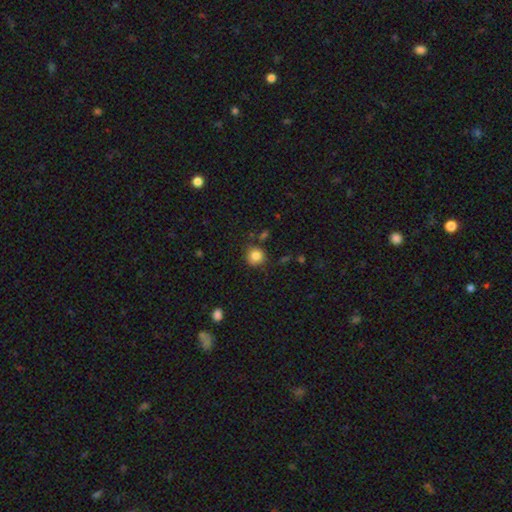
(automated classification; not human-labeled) This is clearly a smooth galaxy (84%). How rounded: clearly round (90%). Merging: clearly none (80%).